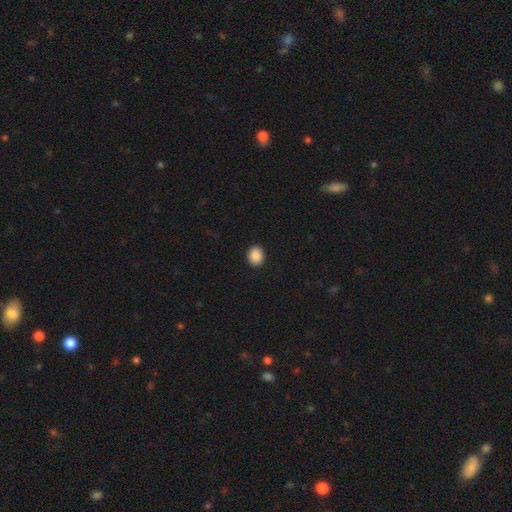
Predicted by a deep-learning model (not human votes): The model was most divided on "how rounded": round: 61%, in between: 39%, cigar-shaped: 1%. More confident: merging — none (92%); smooth or featured — smooth (89%).